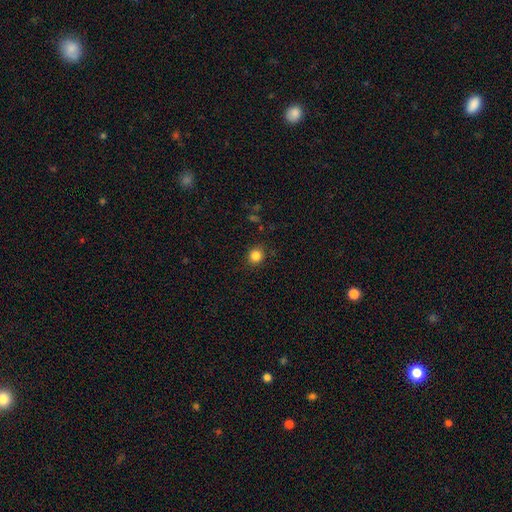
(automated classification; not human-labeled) This is clearly a smooth galaxy (83%). How rounded: clearly round (86%). Merging: clearly none (87%).